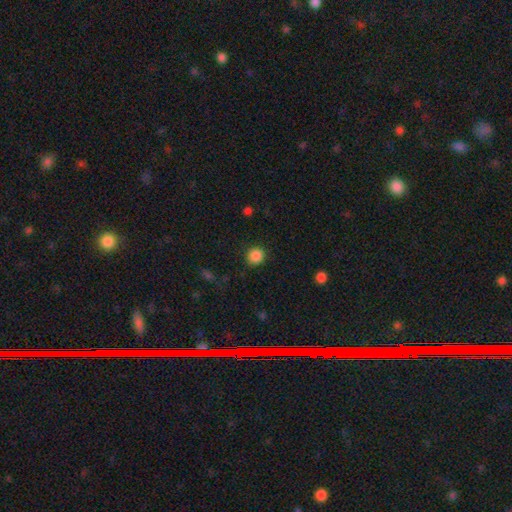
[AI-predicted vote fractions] smooth 87%, star or artifact 10%, featured or disk 3%. Down the decision tree: how rounded — round (90%); merging — none (88%).